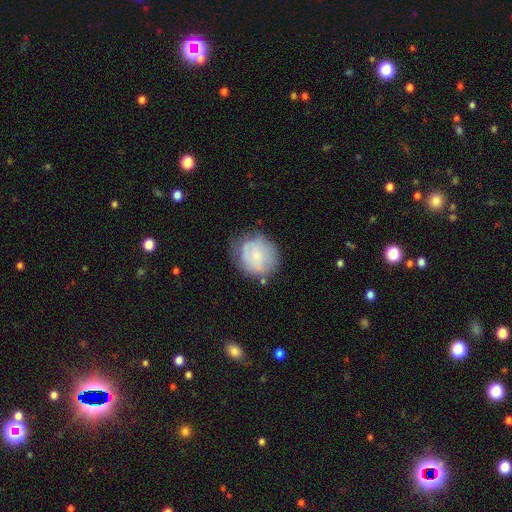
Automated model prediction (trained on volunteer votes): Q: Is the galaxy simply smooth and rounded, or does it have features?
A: smooth — 55%.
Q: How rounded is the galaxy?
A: round — 82%.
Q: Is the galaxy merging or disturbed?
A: none — 55%.